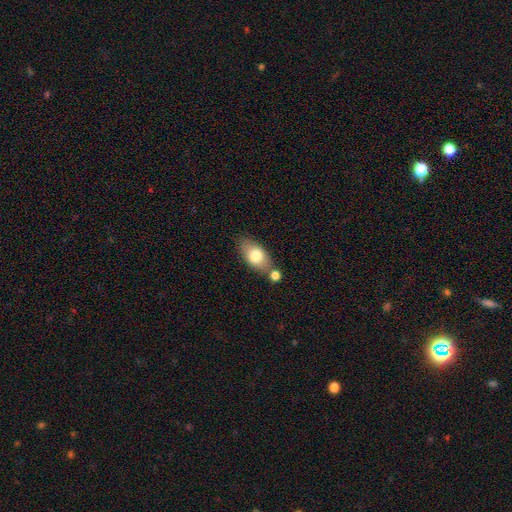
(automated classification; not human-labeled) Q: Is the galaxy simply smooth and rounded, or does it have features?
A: smooth — 73%.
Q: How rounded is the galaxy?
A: in between — 86%.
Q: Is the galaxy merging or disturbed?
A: none — 61%.